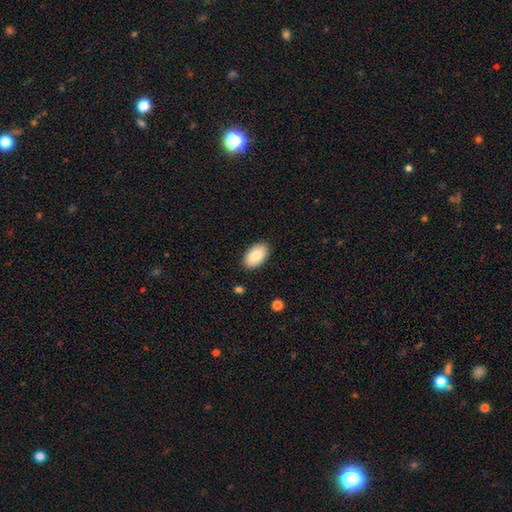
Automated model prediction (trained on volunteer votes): The model was most divided on "merging": none: 88%, minor disturbance: 8%, major disturbance: 2%, merger: 1%. More confident: how rounded — in between (95%); smooth or featured — smooth (87%).